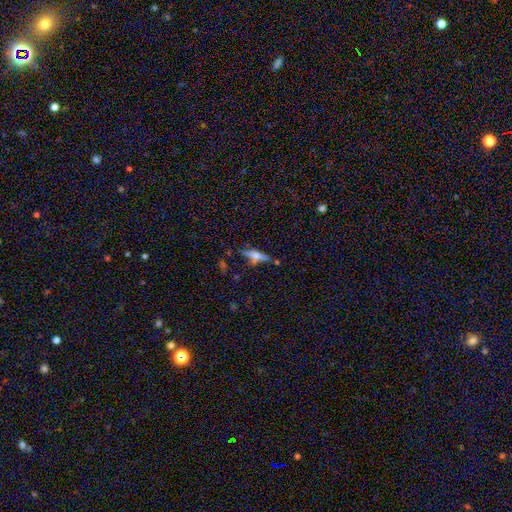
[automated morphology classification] A featured or disk galaxy (45%, tied with smooth).

Vote fractions:
- Smooth or featured? featured or disk: 45% (tied) / smooth: 45% (tied) / star or artifact: 10%
- Merging? none: 68% / minor disturbance: 17% / merger: 9% / major disturbance: 6%